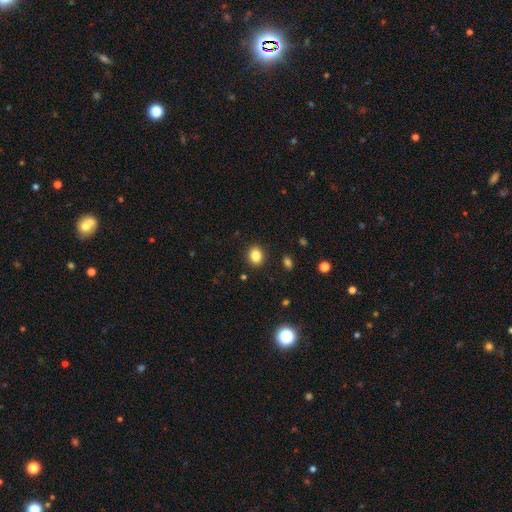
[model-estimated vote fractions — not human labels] This appears to be a smooth galaxy with no disk features (84%) that is round (58%). Merging: none (90%).